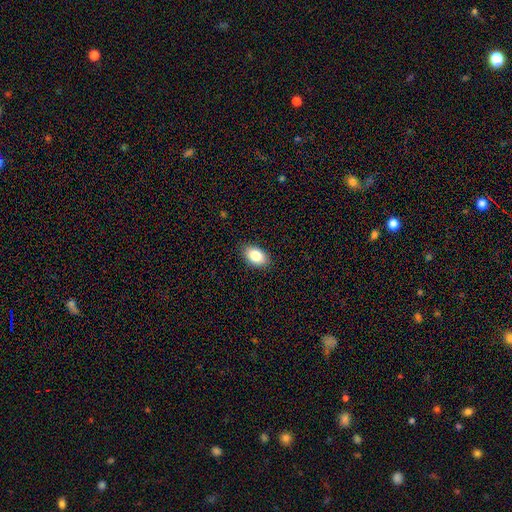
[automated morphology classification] This is clearly a smooth galaxy (85%). How rounded: clearly in between (92%). Merging: clearly none (88%).